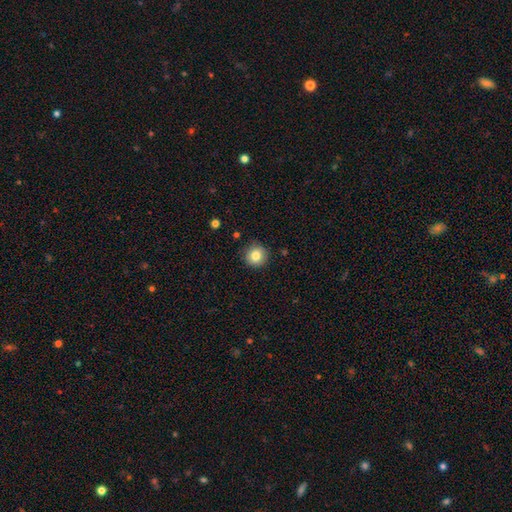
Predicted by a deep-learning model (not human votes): Smooth or featured: smooth — 84% (star or artifact — 9%)
How rounded: round — 93% (in between — 6%)
Merging: none — 89% (minor disturbance — 8%)